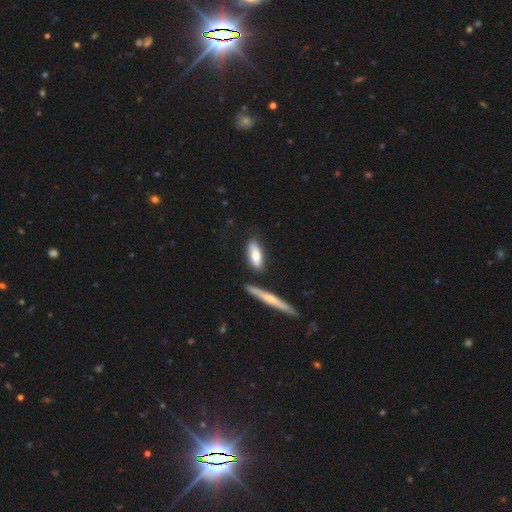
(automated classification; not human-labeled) Smooth or featured? smooth (76%)
How rounded? in between (67%)
Merging? none (76%)